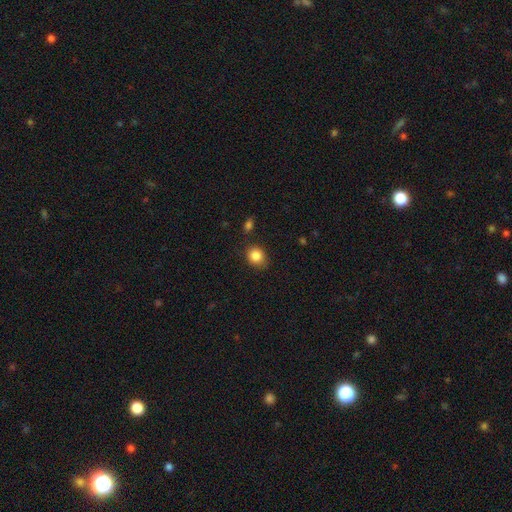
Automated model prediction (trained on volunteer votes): Overall: smooth (86%). How rounded: round (68%; in between 31%). Merging: none (80%).